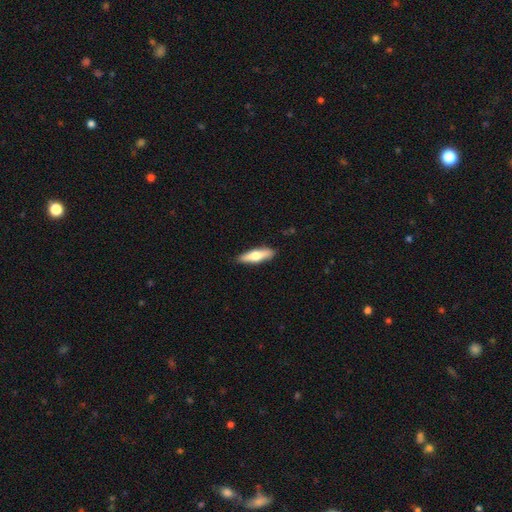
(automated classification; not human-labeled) Smooth or featured?
  - smooth: 58% *
  - featured or disk: 37%
  - star or artifact: 5%
How rounded?
  - cigar-shaped: 62% *
  - in between: 36%
  - round: 2%
Merging?
  - none: 88% *
  - minor disturbance: 9%
  - major disturbance: 2%
  - merger: 1%